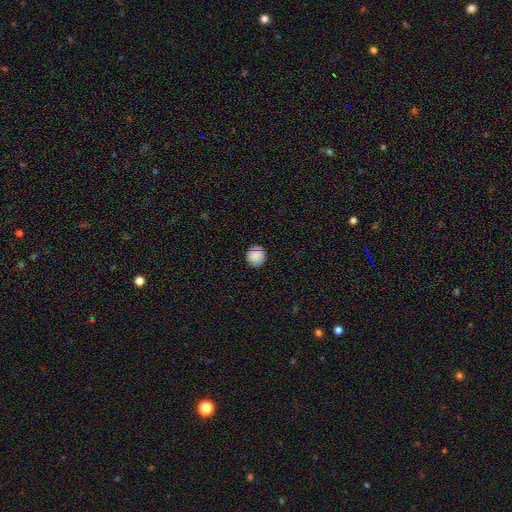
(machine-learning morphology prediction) Smooth or featured? smooth (79%)
How rounded? round (94%)
Merging? none (88%)